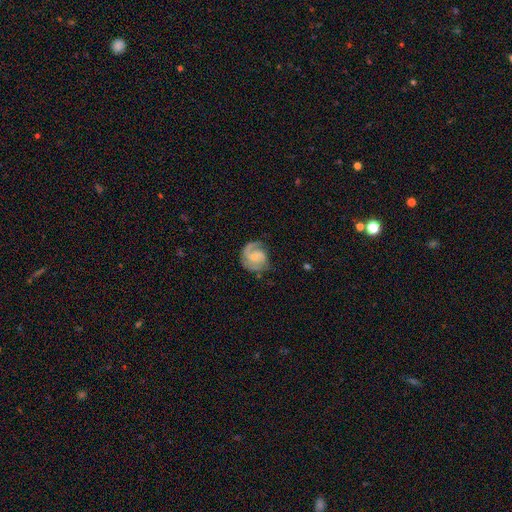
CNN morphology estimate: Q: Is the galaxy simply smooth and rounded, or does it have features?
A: featured or disk — 78%.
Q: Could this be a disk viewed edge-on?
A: no — 98%.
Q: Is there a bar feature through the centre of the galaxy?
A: no — 58%.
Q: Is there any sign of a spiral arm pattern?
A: yes — 95%.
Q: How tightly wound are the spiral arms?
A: medium — 43%.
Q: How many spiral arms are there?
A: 2 — 57%.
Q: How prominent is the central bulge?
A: small — 59%.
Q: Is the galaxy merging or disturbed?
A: none — 63%.